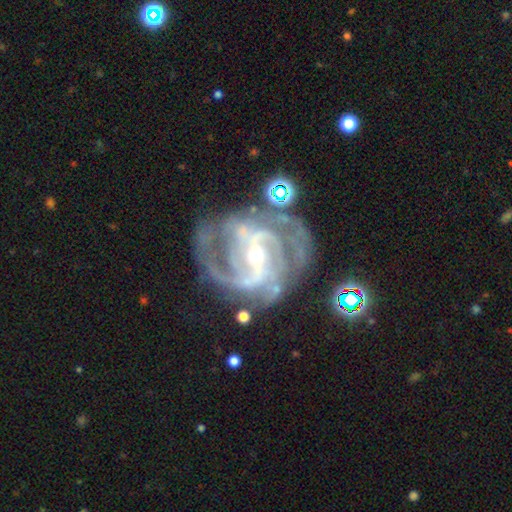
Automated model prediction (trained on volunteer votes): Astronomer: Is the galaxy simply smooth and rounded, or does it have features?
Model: featured or disk — 91%.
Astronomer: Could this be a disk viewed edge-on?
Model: no — 97%.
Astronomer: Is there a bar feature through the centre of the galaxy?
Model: strong — 55% (runner-up: weak, 33%).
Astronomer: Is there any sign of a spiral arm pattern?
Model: yes — 98%.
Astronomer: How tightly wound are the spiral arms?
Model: medium — 46% (runner-up: tight, 44%).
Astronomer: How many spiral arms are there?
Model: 2 — 38% (runner-up: 3, 26%).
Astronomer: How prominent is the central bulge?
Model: small — 58% (runner-up: moderate, 39%).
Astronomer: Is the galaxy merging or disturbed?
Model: none — 66%.